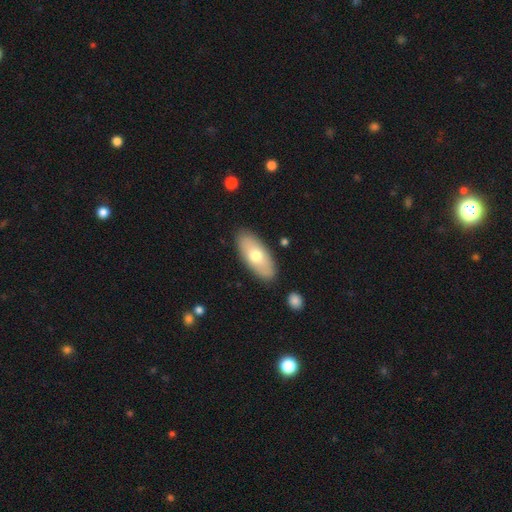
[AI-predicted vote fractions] Smooth or featured? Predicted: smooth (p=0.65). How rounded? Predicted: in between (p=0.87). Merging? Predicted: none (p=0.87).